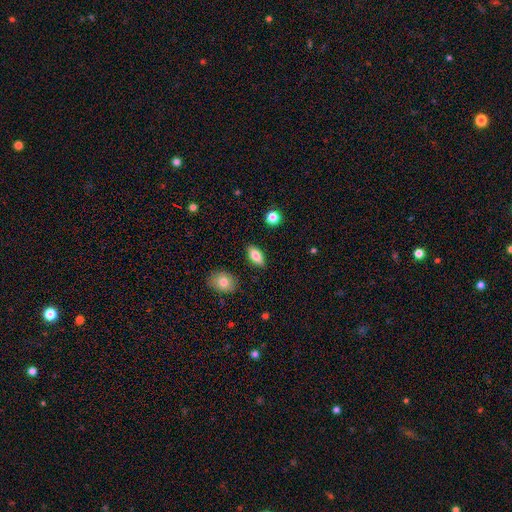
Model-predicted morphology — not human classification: smooth-or-featured: smooth: 78% | featured or disk: 15% | star or artifact: 7%
  how-rounded: in between: 84% | cigar-shaped: 12% | round: 4%
  merging: none: 87% | minor disturbance: 9% | major disturbance: 2% | merger: 2%